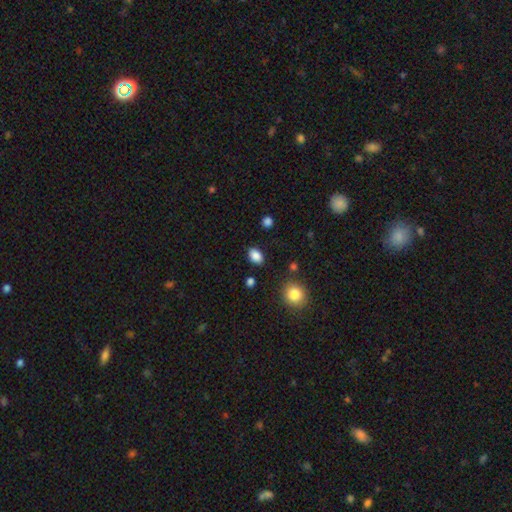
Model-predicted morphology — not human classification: Smooth or featured: smooth — 87% (star or artifact — 9%)
How rounded: in between — 80% (round — 18%)
Merging: none — 85% (minor disturbance — 10%)